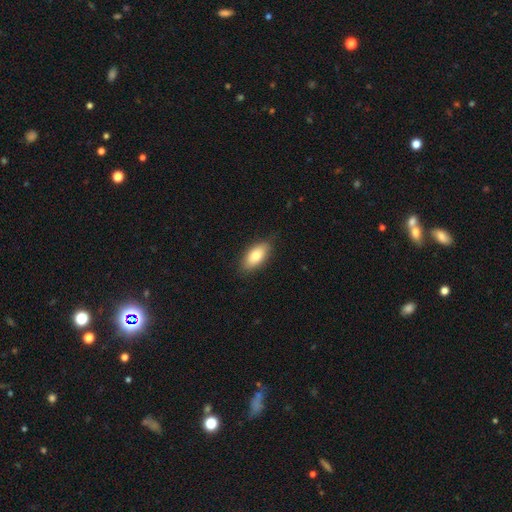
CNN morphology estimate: Smooth or featured: smooth — 77% (featured or disk — 16%)
How rounded: in between — 89% (cigar-shaped — 7%)
Merging: none — 84% (minor disturbance — 13%)